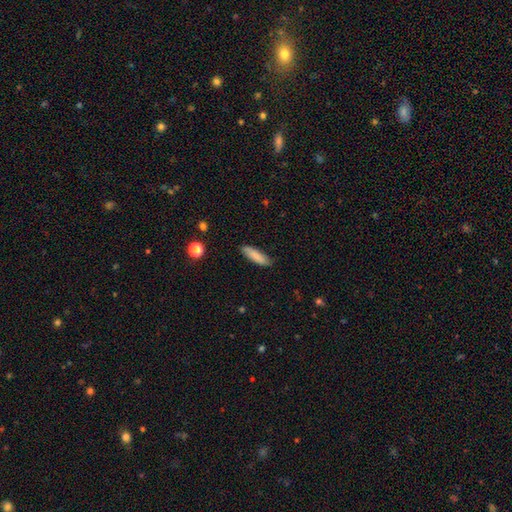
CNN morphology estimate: The model was most divided on "how rounded": cigar-shaped: 59%, in between: 39%, round: 2%. More confident: merging — none (83%); smooth or featured — smooth (83%).